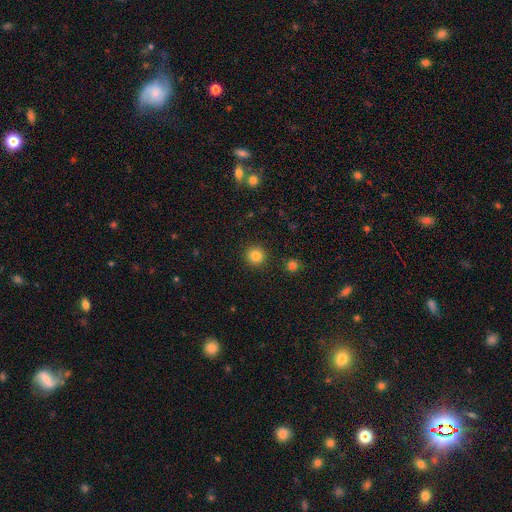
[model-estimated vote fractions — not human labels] Smooth or featured? Predicted: smooth (p=0.84). How rounded? Predicted: round (p=0.95). Merging? Predicted: none (p=0.92).